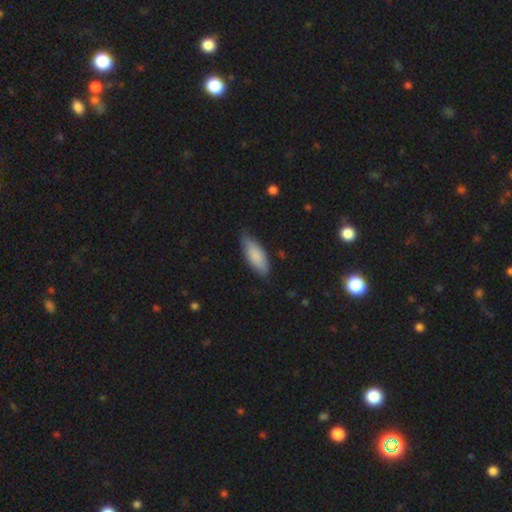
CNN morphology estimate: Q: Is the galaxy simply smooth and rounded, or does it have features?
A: smooth — 82%.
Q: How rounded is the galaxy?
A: in between — 76%.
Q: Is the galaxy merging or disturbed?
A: none — 72%.